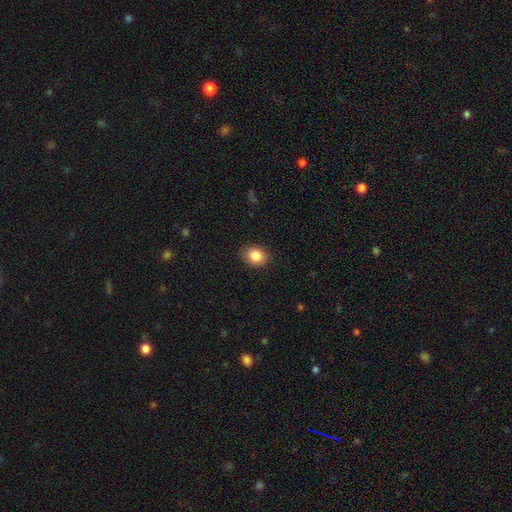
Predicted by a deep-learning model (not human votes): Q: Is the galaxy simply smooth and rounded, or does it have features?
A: smooth — 87%.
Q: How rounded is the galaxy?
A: in between — 53%.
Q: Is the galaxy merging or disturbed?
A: none — 86%.